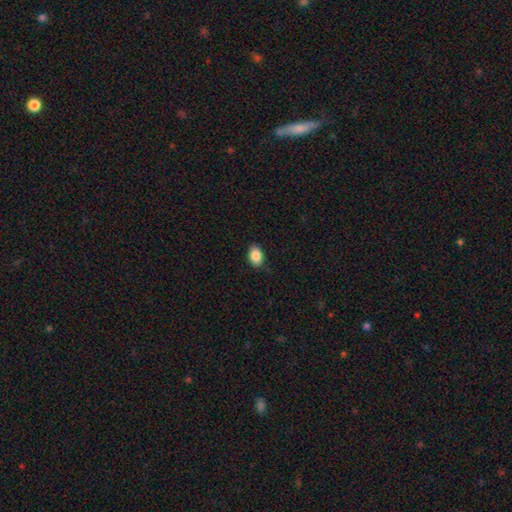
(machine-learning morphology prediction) Q: Smooth or featured?
A: smooth (87%); runner-up: star or artifact (8%)
Q: How rounded?
A: in between (85%); runner-up: round (13%)
Q: Merging?
A: none (83%); runner-up: minor disturbance (14%)